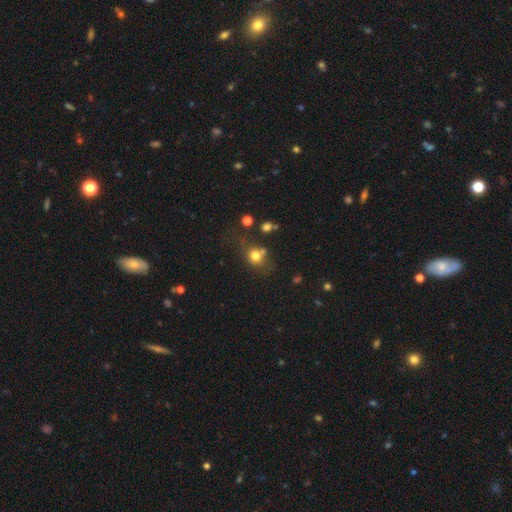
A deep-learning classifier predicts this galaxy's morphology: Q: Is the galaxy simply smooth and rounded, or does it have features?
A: smooth — 75%.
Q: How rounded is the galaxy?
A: round — 75%.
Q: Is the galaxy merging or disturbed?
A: none — 55%.